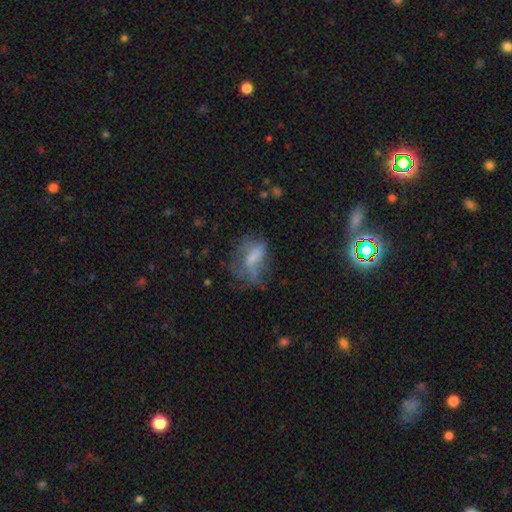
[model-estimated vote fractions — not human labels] Overall: smooth (46%; featured or disk 37%). Merging: none (36%; major disturbance 34%).